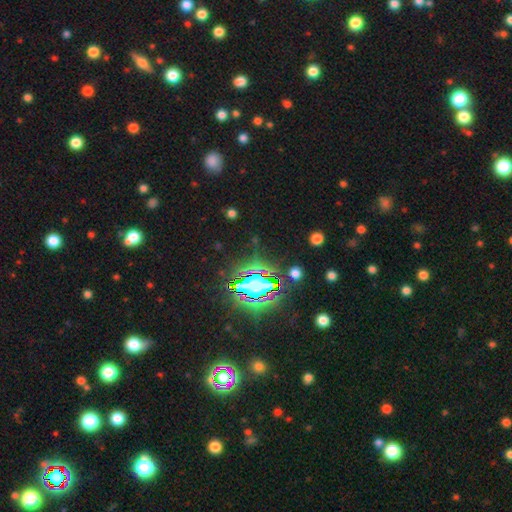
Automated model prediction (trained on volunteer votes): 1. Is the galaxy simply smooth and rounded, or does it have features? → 75% star or artifact, 15% smooth, 10% featured or disk.